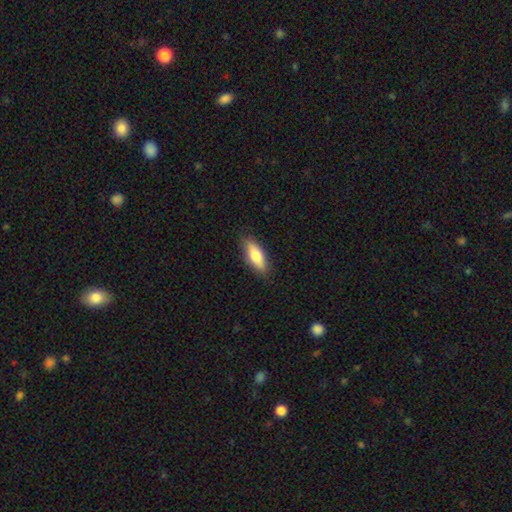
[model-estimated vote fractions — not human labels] smooth-or-featured: smooth: 75% | featured or disk: 19% | star or artifact: 6%
  how-rounded: in between: 72% | cigar-shaped: 26% | round: 3%
  merging: none: 86% | minor disturbance: 11% | major disturbance: 2% | merger: 1%